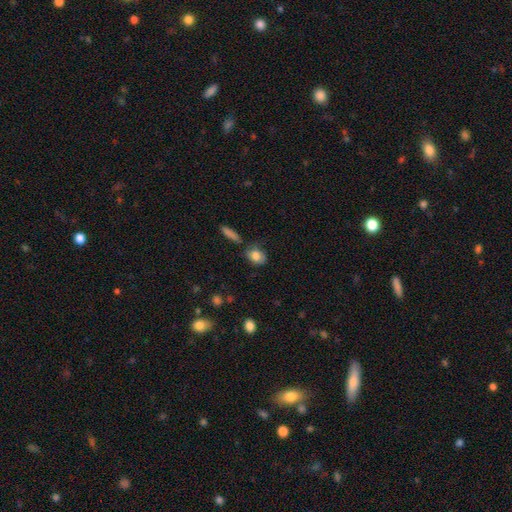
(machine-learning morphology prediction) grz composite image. It shows a smooth galaxy with no disk features (81%) that is in between round and cigar-shaped (59%). Merging: none (64%).